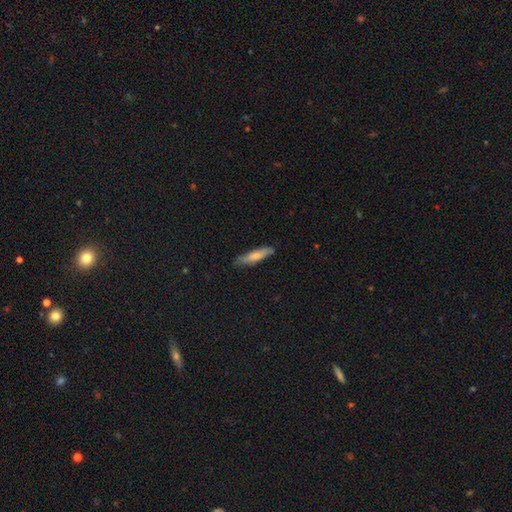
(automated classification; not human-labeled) Q: Smooth or featured?
A: smooth (72%); runner-up: featured or disk (22%)
Q: How rounded?
A: cigar-shaped (76%); runner-up: in between (23%)
Q: Merging?
A: none (79%); runner-up: minor disturbance (17%)